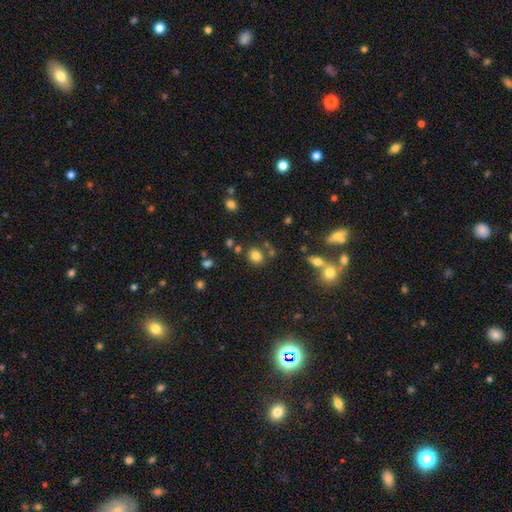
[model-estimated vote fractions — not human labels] smooth_or_featured: smooth (p=0.80) [alt: star or artifact p=0.13]
how_rounded: round (p=0.70) [alt: in between p=0.29]
merging: none (p=0.75) [alt: merger p=0.11]